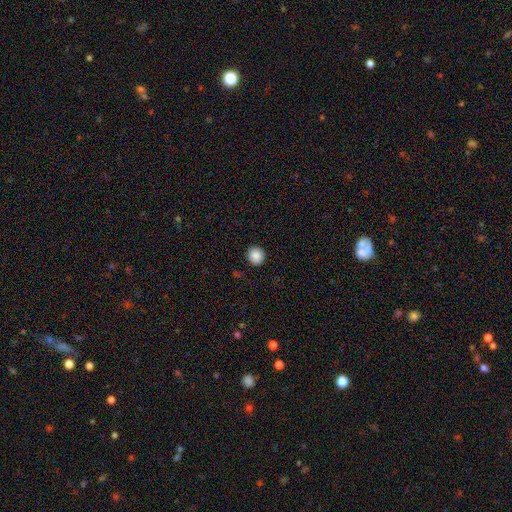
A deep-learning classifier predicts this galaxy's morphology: Smooth or featured?
  - smooth: 88% *
  - star or artifact: 9%
  - featured or disk: 3%
How rounded?
  - round: 91% *
  - in between: 8%
  - cigar-shaped: 1%
Merging?
  - none: 92% *
  - minor disturbance: 5%
  - major disturbance: 2%
  - merger: 1%